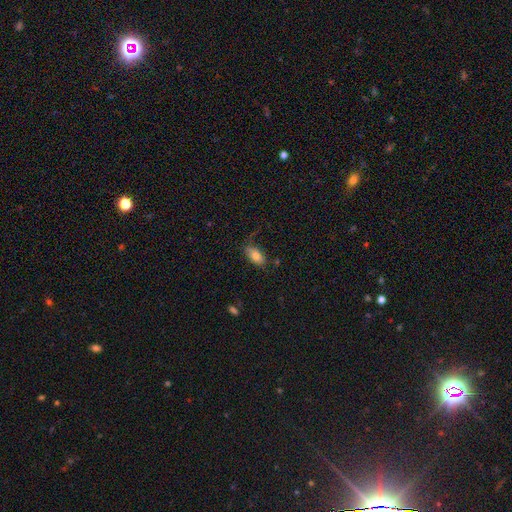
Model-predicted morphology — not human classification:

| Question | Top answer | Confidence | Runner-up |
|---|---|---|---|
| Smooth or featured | smooth | 78% | featured or disk (14%) |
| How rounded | in between | 88% | cigar-shaped (8%) |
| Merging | none | 68% | minor disturbance (22%) |